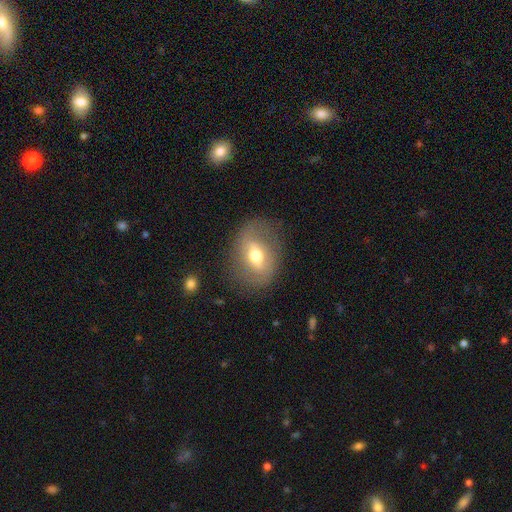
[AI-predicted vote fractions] This is possibly a featured or disk galaxy (49%). Merging: likely none (77%).